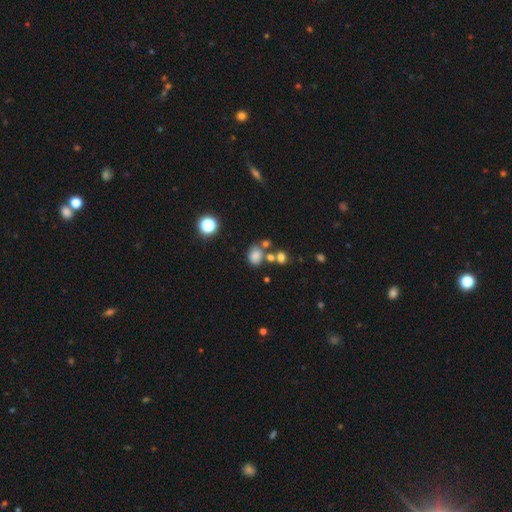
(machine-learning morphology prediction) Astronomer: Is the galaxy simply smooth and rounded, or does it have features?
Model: smooth — 76%.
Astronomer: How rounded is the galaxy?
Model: round — 50% (runner-up: in between, 49%).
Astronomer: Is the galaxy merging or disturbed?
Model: none — 58%.